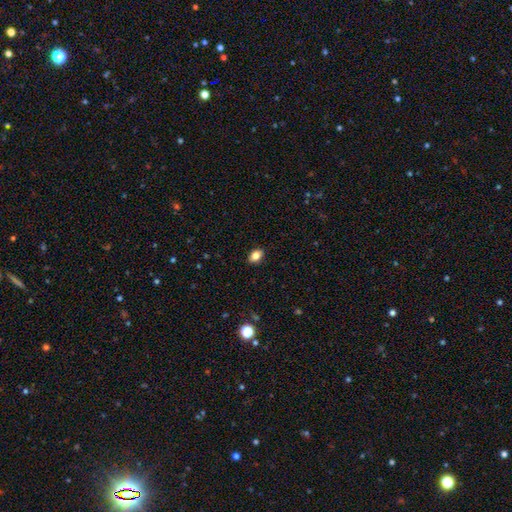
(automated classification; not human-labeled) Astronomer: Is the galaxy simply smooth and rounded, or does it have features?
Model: smooth — 83%.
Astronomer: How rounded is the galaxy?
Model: in between — 79%.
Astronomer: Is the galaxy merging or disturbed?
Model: none — 88%.